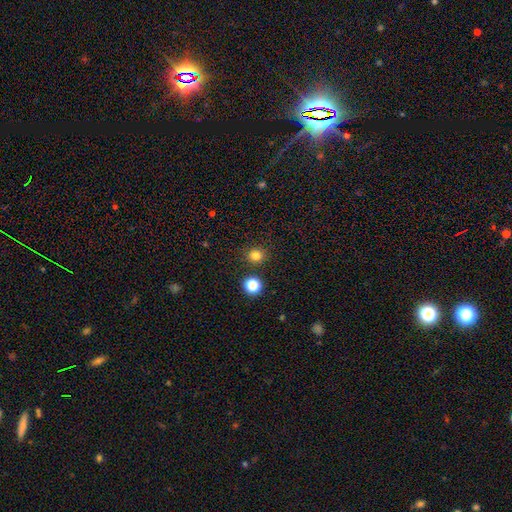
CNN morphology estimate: Smooth or featured?
  - smooth: 81% *
  - star or artifact: 15%
  - featured or disk: 4%
How rounded?
  - round: 89% *
  - in between: 10%
  - cigar-shaped: 1%
Merging?
  - none: 88% *
  - minor disturbance: 6%
  - merger: 4%
  - major disturbance: 2%